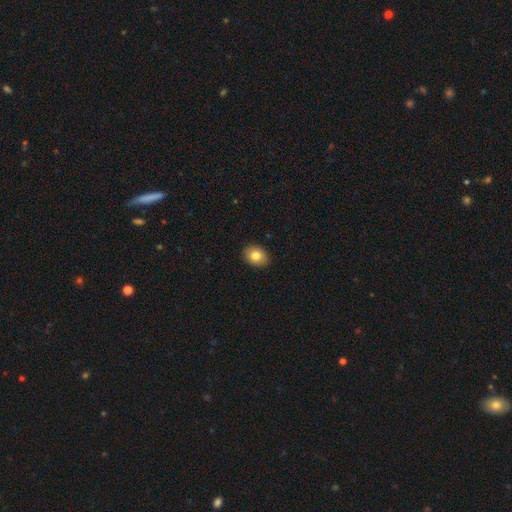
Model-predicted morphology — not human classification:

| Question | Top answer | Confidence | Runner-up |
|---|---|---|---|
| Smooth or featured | smooth | 82% | featured or disk (10%) |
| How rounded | in between | 58% | round (41%) |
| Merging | none | 90% | minor disturbance (7%) |